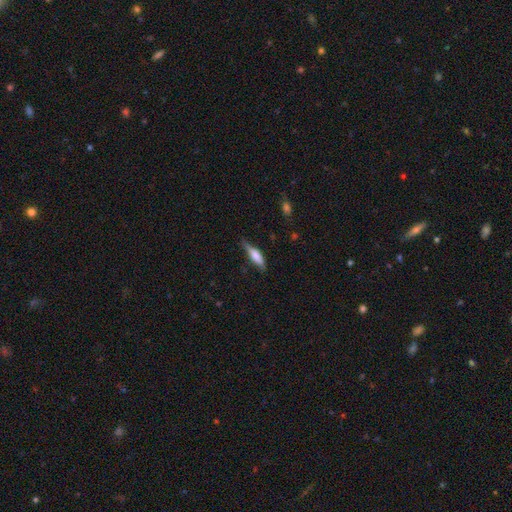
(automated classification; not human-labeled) A smooth galaxy with no disk features (67%) that is cigar-shaped (61%). Merging: none (56%).